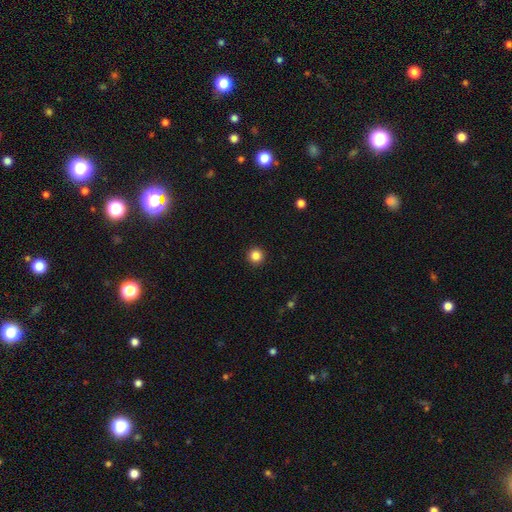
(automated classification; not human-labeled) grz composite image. It shows a smooth galaxy with no disk features (86%) that is round (96%). Merging: none (94%).